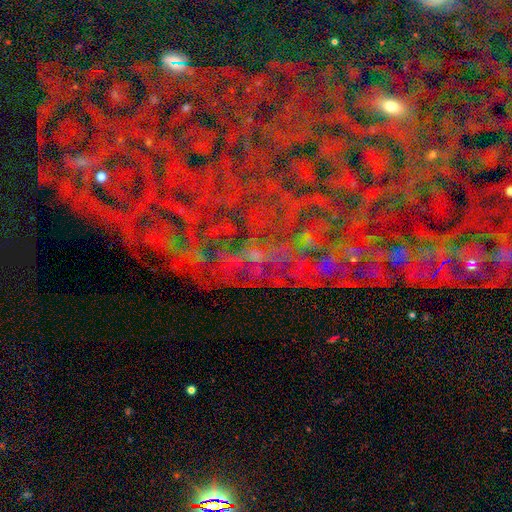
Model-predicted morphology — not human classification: Overall: star or artifact (80%).